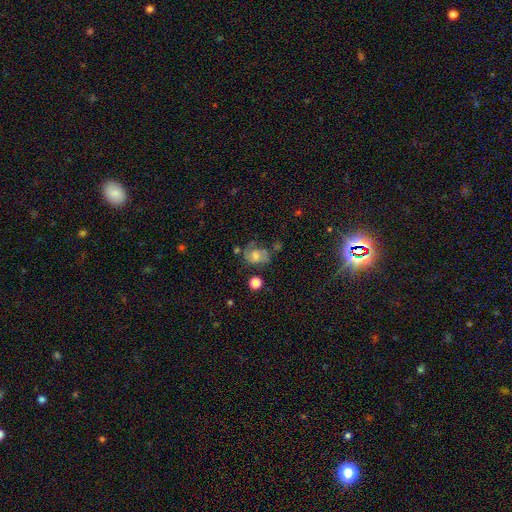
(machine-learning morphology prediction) featured or disk 42%, smooth 33%, star or artifact 25%. Down the decision tree: merging — none (53%).